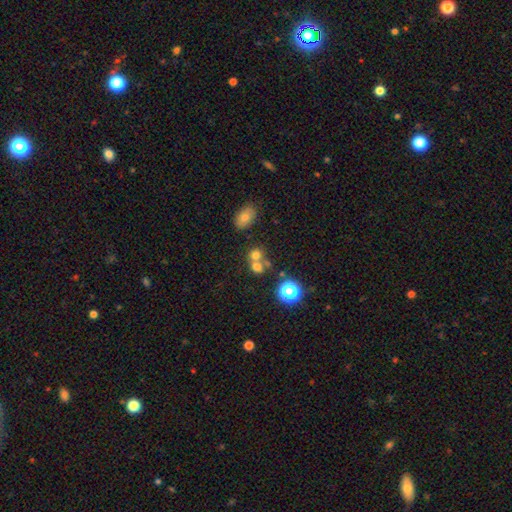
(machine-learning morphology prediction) smooth_or_featured: smooth (p=0.70) [alt: star or artifact p=0.17]
how_rounded: round (p=0.74) [alt: in between p=0.25]
merging: merger (p=0.51) [alt: none p=0.39]